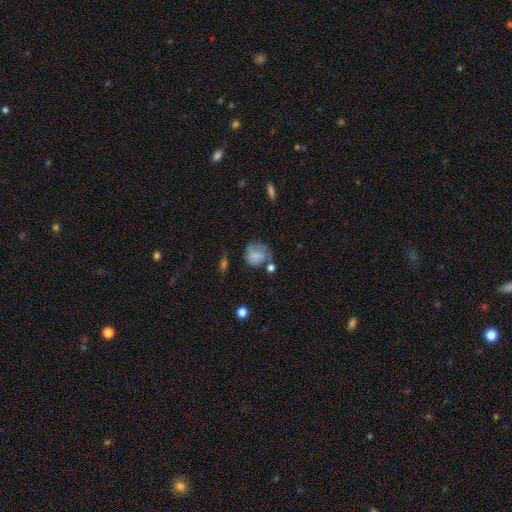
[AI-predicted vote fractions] smooth 72%, featured or disk 19%, star or artifact 9%. Down the decision tree: how rounded — round (77%); merging — none (48%).